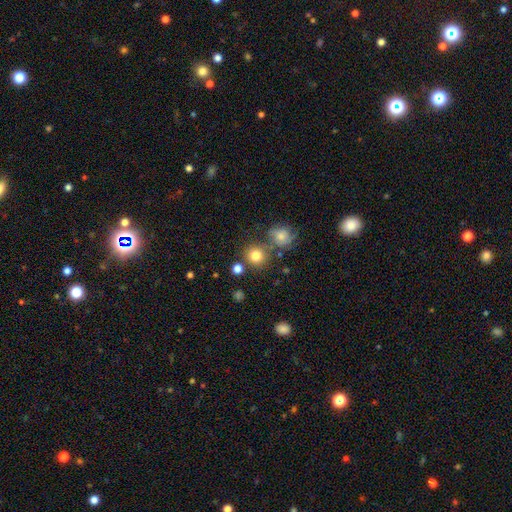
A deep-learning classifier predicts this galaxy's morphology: Q: Smooth or featured?
A: smooth (80%); runner-up: star or artifact (11%)
Q: How rounded?
A: round (89%); runner-up: in between (10%)
Q: Merging?
A: none (70%); runner-up: merger (16%)